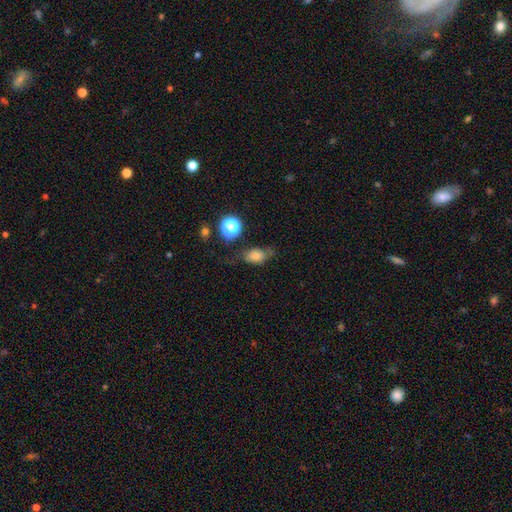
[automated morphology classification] smooth-or-featured: smooth: 72% | featured or disk: 15% | star or artifact: 13%
  how-rounded: in between: 75% | round: 20% | cigar-shaped: 5%
  merging: none: 54% | minor disturbance: 29% | major disturbance: 13% | merger: 4%